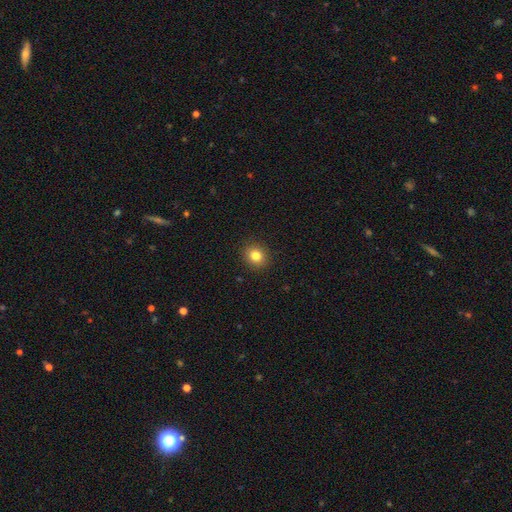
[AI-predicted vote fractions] The model was most divided on "how rounded": round: 81%, in between: 19%, cigar-shaped: 1%. More confident: merging — none (91%); smooth or featured — smooth (82%).